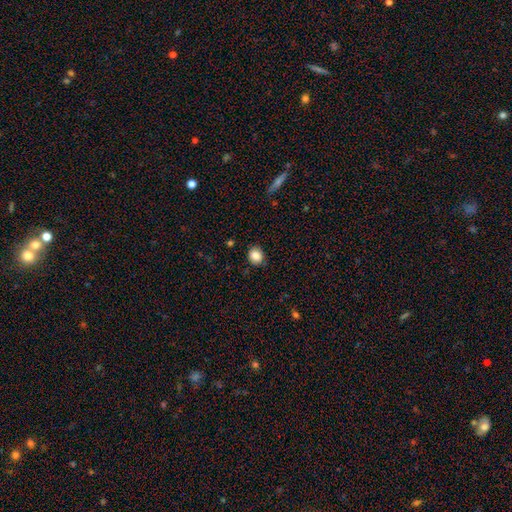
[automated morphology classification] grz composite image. It shows a smooth galaxy with no disk features (86%) that is round (69%). Merging: none (86%).